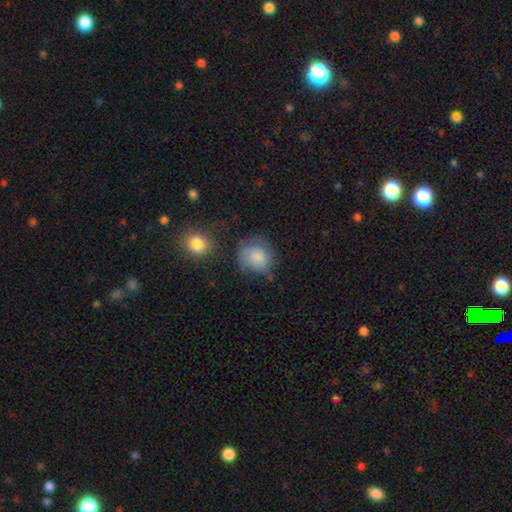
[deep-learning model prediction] Smooth or featured? smooth (79%)
How rounded? round (80%)
Merging? none (59%)